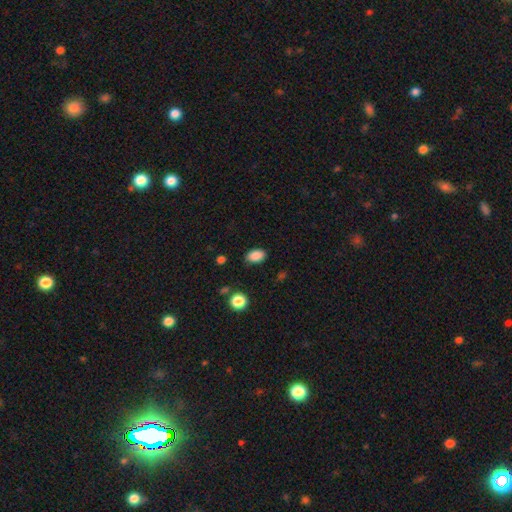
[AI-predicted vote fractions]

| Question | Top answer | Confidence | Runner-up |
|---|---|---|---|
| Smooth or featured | smooth | 87% | star or artifact (9%) |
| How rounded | in between | 86% | round (13%) |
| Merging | none | 84% | minor disturbance (12%) |